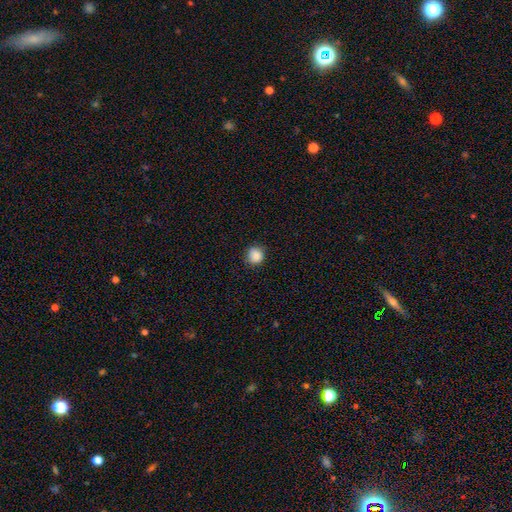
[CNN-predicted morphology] Overall: smooth (87%). How rounded: round (90%). Merging: none (88%).